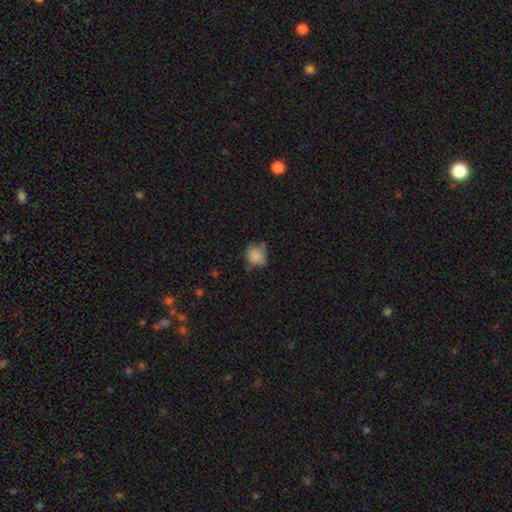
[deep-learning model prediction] A smooth galaxy with no disk features (79%) that is round (69%). Merging: none (47%).